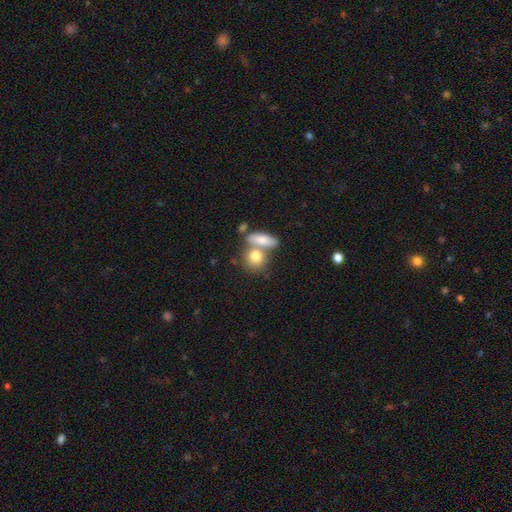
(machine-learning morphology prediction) smooth-or-featured: smooth: 80% | featured or disk: 13% | star or artifact: 7%
  how-rounded: in between: 50% | round: 44% | cigar-shaped: 6%
  merging: merger: 47% | none: 40% | minor disturbance: 9% | major disturbance: 4%